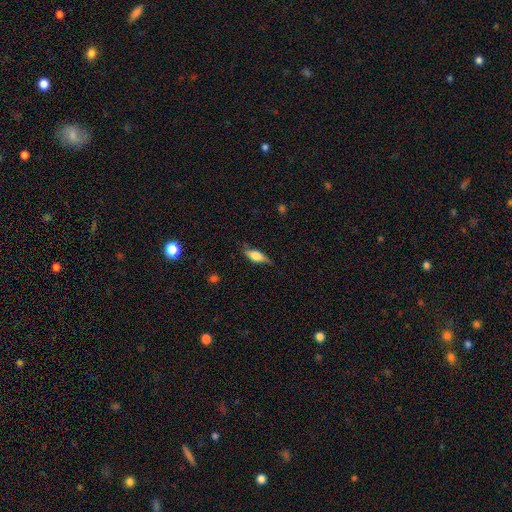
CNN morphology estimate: Smooth or featured? Predicted: smooth (p=0.58). How rounded? Predicted: in between (p=0.68). Merging? Predicted: none (p=0.71).